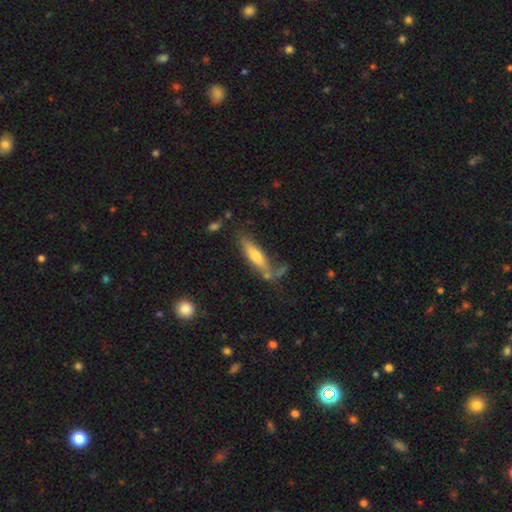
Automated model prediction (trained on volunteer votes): Smooth or featured: smooth — 54% (featured or disk — 40%)
How rounded: cigar-shaped — 75% (in between — 23%)
Merging: none — 62% (minor disturbance — 20%)